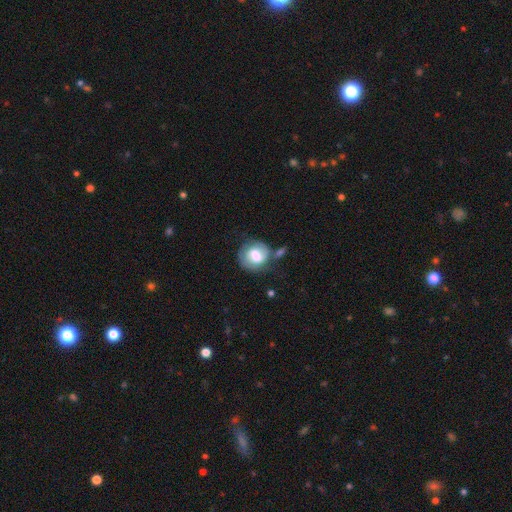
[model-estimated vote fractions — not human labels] Smooth or featured? Predicted: smooth (p=0.50). Merging? Predicted: none (p=0.52).